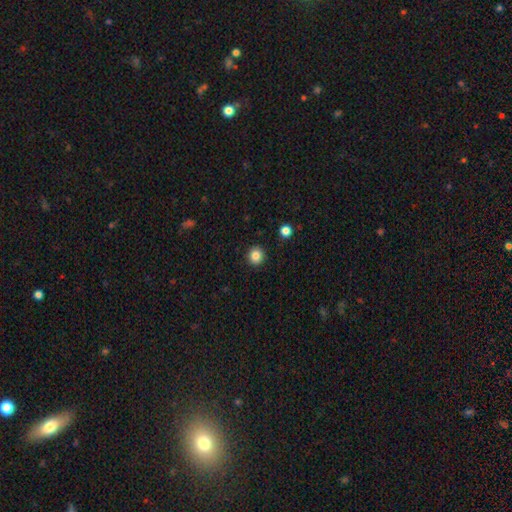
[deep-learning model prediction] Smooth or featured? smooth (85%)
How rounded? round (91%)
Merging? none (92%)